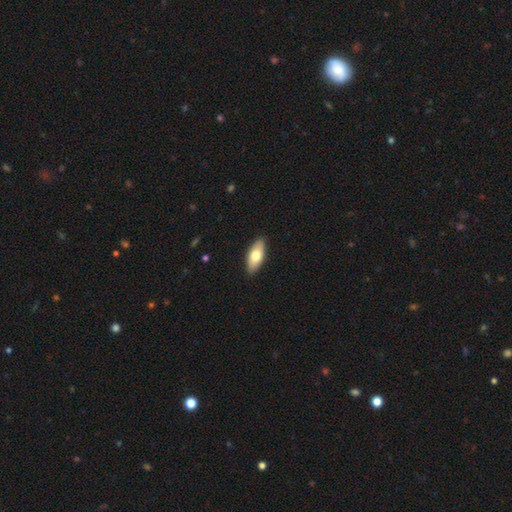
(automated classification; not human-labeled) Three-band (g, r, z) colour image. It shows a smooth galaxy with no disk features (71%) that is in between round and cigar-shaped (83%). Merging: none (89%).